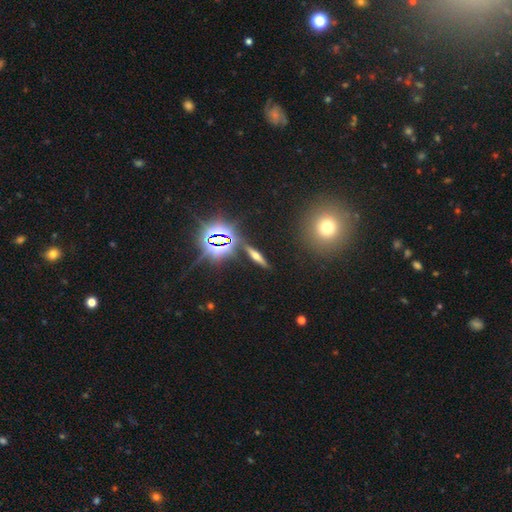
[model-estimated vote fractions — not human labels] This appears to be a featured or disk galaxy (36%). Merging: none (86%).